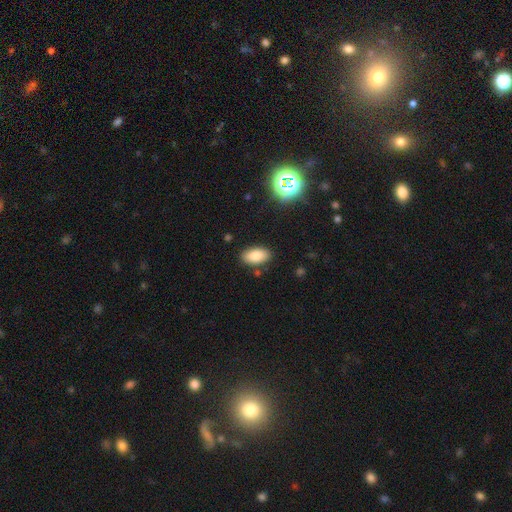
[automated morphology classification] Smooth or featured? smooth (82%)
How rounded? in between (93%)
Merging? none (85%)